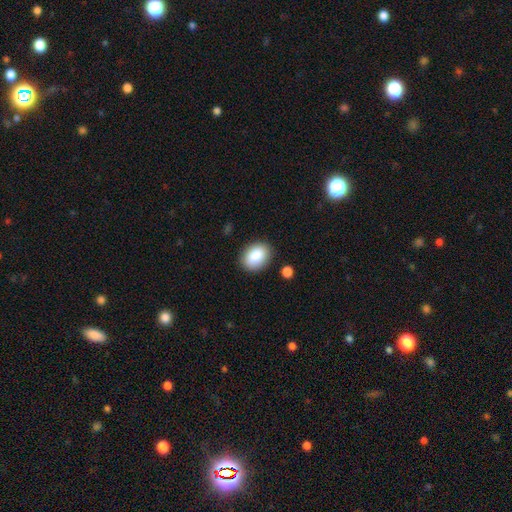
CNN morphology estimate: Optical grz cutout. It shows a smooth galaxy with no disk features (87%) that is in between round and cigar-shaped (76%). Merging: none (86%).